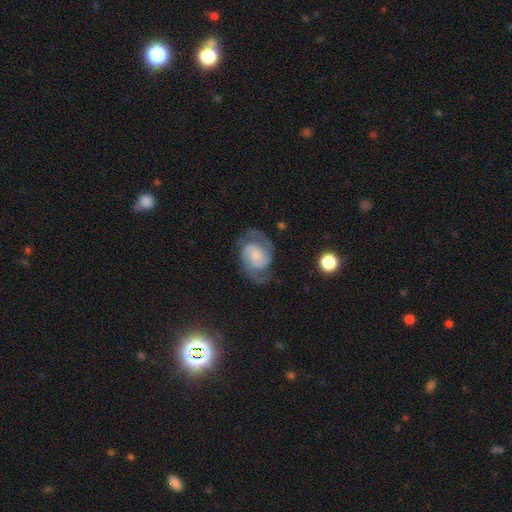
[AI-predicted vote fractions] This appears to be a featured or disk galaxy (85%) with no bar (58%), 2 (91%) medium (52%) spiral arms (97%) and a small central bulge (44%). Merging: none (73%).